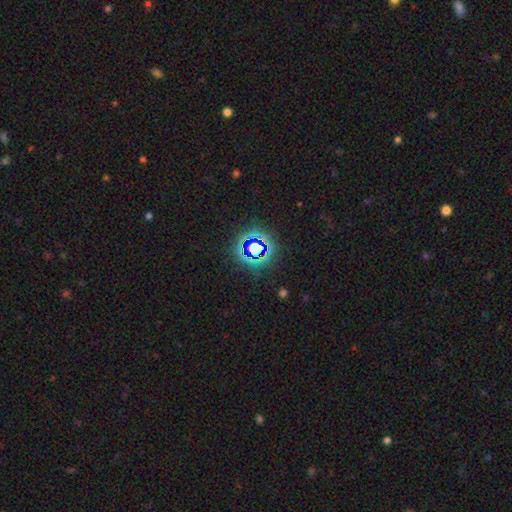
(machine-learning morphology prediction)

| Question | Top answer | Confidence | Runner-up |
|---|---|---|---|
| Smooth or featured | star or artifact | 80% | smooth (14%) |